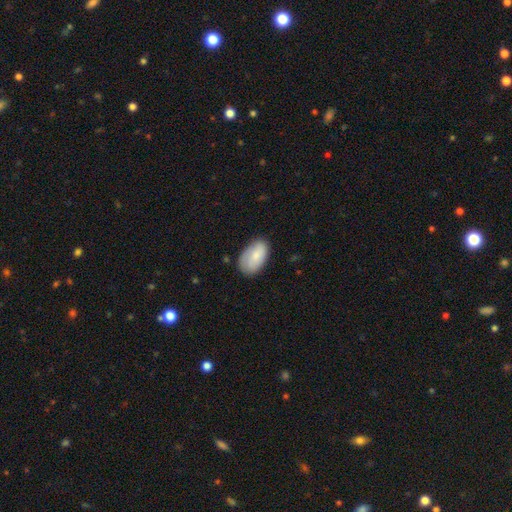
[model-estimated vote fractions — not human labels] Smooth or featured: smooth — 81% (featured or disk — 13%)
How rounded: in between — 94% (round — 5%)
Merging: none — 74% (minor disturbance — 20%)